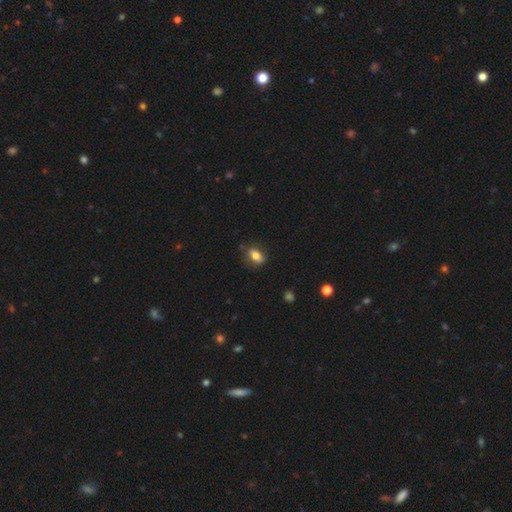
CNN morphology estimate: A smooth galaxy with no disk features (73%) that is in between round and cigar-shaped (80%).

Vote fractions:
- Smooth or featured? smooth: 73% / featured or disk: 19% / star or artifact: 8%
- How rounded? in between: 80% / round: 13% / cigar-shaped: 7%
- Merging? none: 71% / minor disturbance: 21% / major disturbance: 6% / merger: 2%